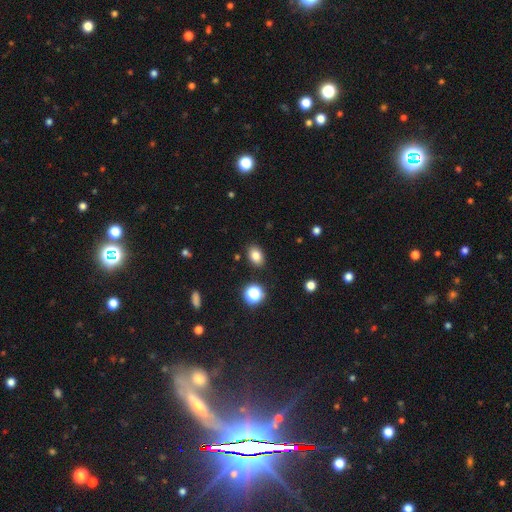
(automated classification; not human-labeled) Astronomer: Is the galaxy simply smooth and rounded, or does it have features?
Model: smooth — 81%.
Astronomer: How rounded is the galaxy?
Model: in between — 78%.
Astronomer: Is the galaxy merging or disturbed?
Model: none — 86%.